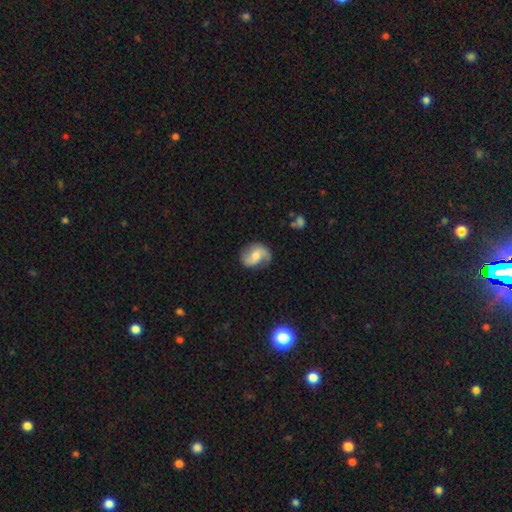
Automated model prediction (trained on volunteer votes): Overall: featured or disk (73%). Edge-on disk: no (98%). Bar: no (47%; weak 42%). Spiral arms: yes (94%). Spiral arm count: 2 (84%). Spiral winding: loose (47%; medium 39%). Bulge size: moderate (53%; small 37%). Merging: none (72%).